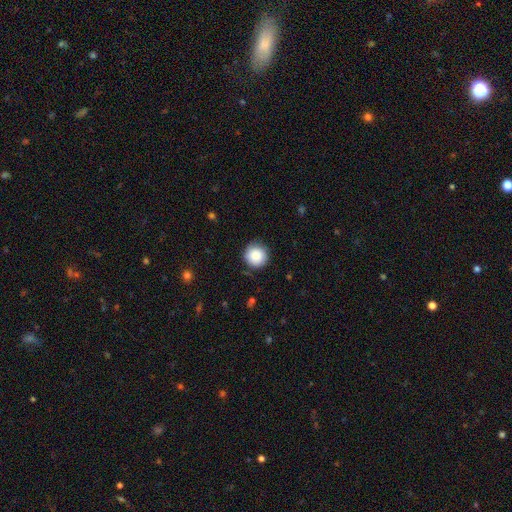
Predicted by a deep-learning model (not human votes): Smooth or featured: smooth — 86% (star or artifact — 8%)
How rounded: round — 95% (in between — 4%)
Merging: none — 85% (minor disturbance — 11%)